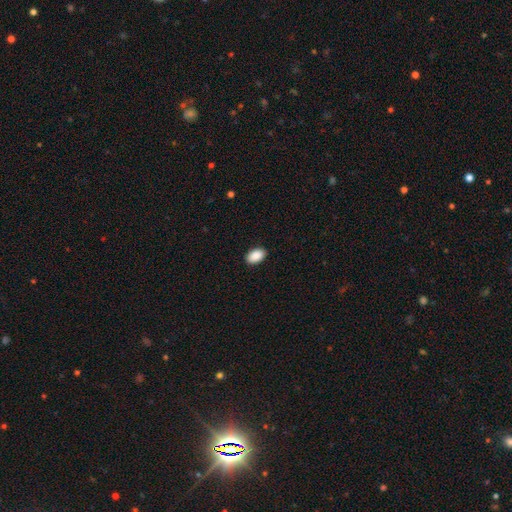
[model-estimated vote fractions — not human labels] A smooth galaxy with no disk features (90%) that is in between round and cigar-shaped (92%).

Vote fractions:
- Smooth or featured? smooth: 90% / star or artifact: 7% / featured or disk: 3%
- How rounded? in between: 92% / round: 7% / cigar-shaped: 1%
- Merging? none: 90% / minor disturbance: 7% / major disturbance: 2% / merger: 1%